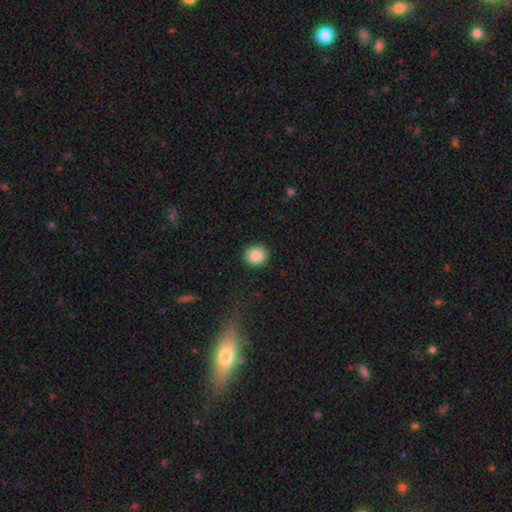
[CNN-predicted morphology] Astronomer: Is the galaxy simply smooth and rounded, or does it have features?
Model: smooth — 87%.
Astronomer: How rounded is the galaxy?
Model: round — 87%.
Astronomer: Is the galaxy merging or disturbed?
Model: none — 91%.